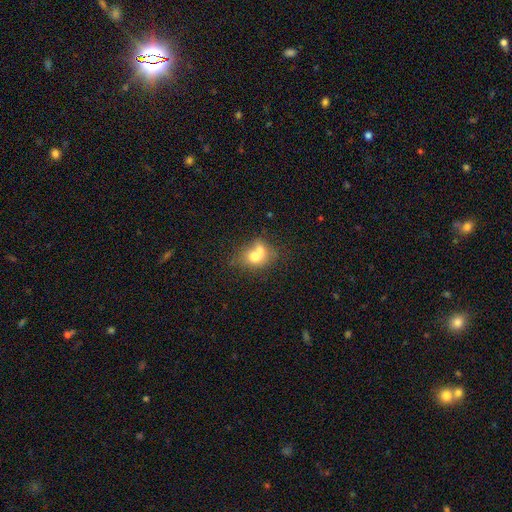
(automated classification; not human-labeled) The model was most divided on "how rounded": round: 52%, in between: 47%, cigar-shaped: 1%. More confident: smooth or featured — smooth (67%); merging — merger (61%).